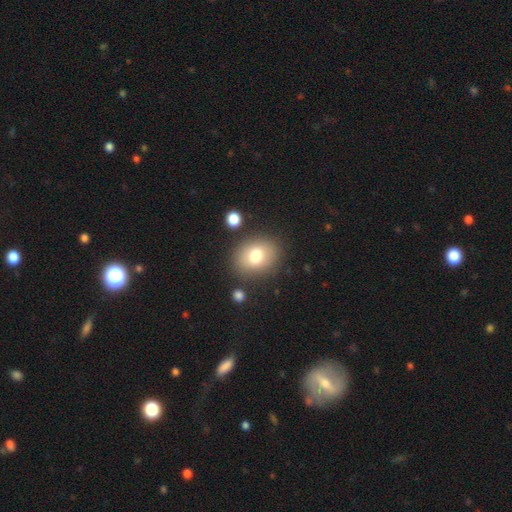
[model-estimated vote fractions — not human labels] smooth_or_featured: smooth (p=0.76) [alt: featured or disk p=0.14]
how_rounded: in between (p=0.52) [alt: round p=0.47]
merging: none (p=0.81) [alt: minor disturbance p=0.11]